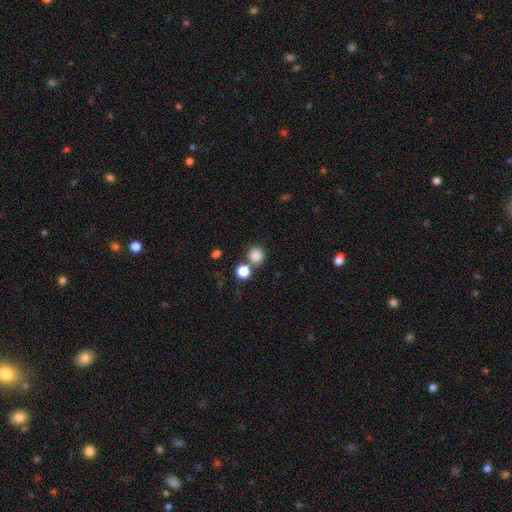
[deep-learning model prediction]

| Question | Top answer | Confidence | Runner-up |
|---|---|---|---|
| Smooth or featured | smooth | 84% | star or artifact (12%) |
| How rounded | round | 92% | in between (7%) |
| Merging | none | 71% | merger (17%) |